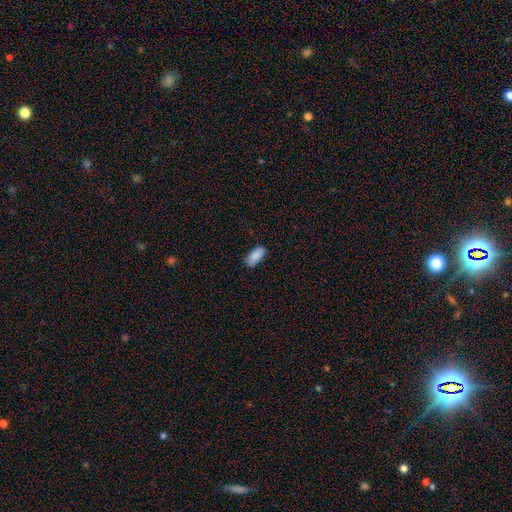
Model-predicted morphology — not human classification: Smooth or featured?
  - smooth: 88% *
  - star or artifact: 6%
  - featured or disk: 6%
How rounded?
  - in between: 89% *
  - cigar-shaped: 9%
  - round: 2%
Merging?
  - none: 85% *
  - minor disturbance: 12%
  - major disturbance: 2%
  - merger: 1%